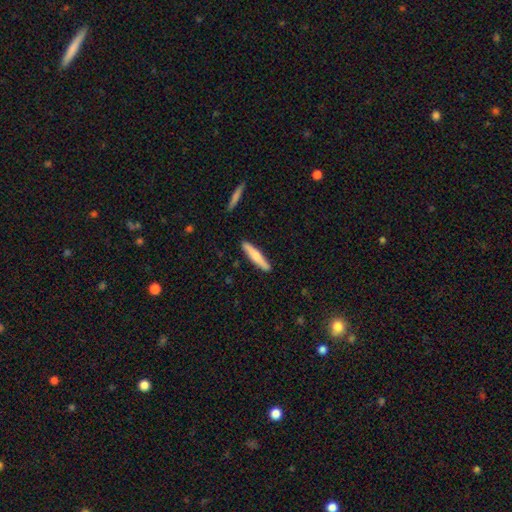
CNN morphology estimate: Smooth or featured? smooth (67%)
How rounded? cigar-shaped (91%)
Merging? none (89%)